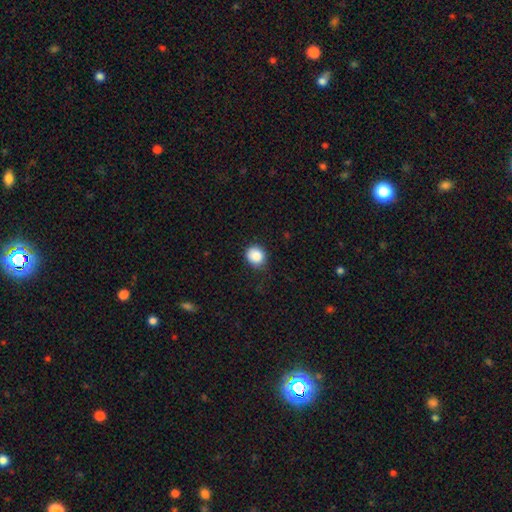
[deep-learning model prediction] smooth_or_featured: smooth (p=0.88) [alt: star or artifact p=0.09]
how_rounded: round (p=0.79) [alt: in between p=0.20]
merging: none (p=0.77) [alt: minor disturbance p=0.18]